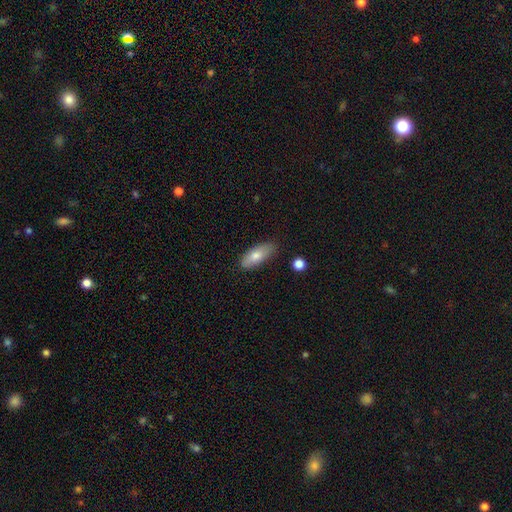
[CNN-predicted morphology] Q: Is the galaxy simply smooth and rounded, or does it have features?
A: smooth — 76%.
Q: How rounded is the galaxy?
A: in between — 77%.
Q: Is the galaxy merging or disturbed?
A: none — 81%.